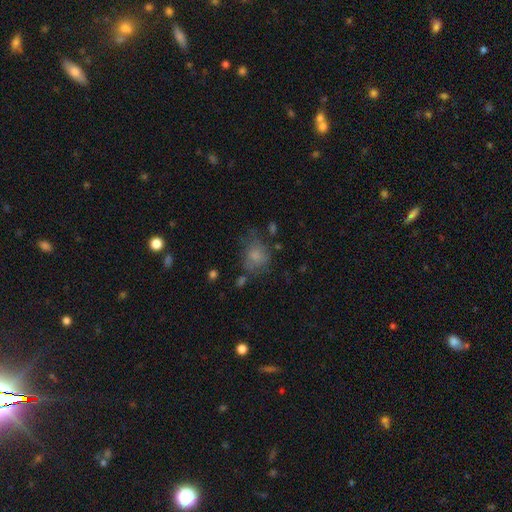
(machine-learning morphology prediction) A smooth galaxy with no disk features (70%) that is round (61%).

Vote fractions:
- Smooth or featured? smooth: 70% / featured or disk: 18% / star or artifact: 13%
- How rounded? round: 61% / in between: 37% / cigar-shaped: 1%
- Merging? none: 50% / minor disturbance: 26% / major disturbance: 17% / merger: 6%